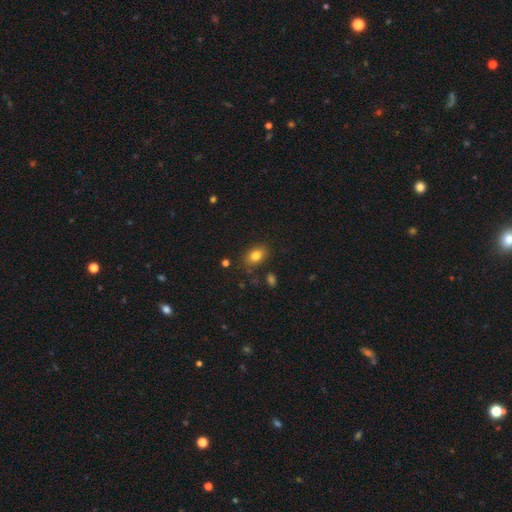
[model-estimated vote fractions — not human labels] This is clearly a smooth galaxy (81%). How rounded: likely in between (80%). Merging: clearly none (83%).